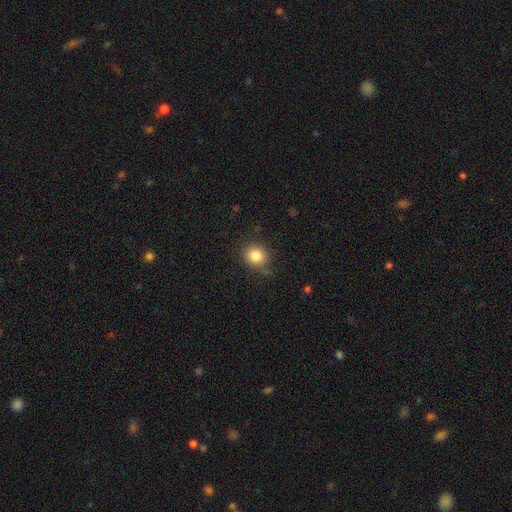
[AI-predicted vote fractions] A smooth galaxy with no disk features (83%) that is round (79%).

Vote fractions:
- Smooth or featured? smooth: 83% / star or artifact: 10% / featured or disk: 6%
- How rounded? round: 79% / in between: 20% / cigar-shaped: 1%
- Merging? none: 74% / minor disturbance: 19% / major disturbance: 5% / merger: 3%